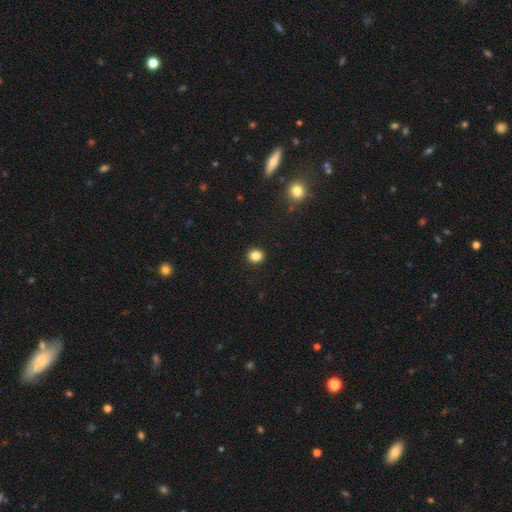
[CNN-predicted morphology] type=smooth (85%); roundness=round (81%); merging=none (93%).